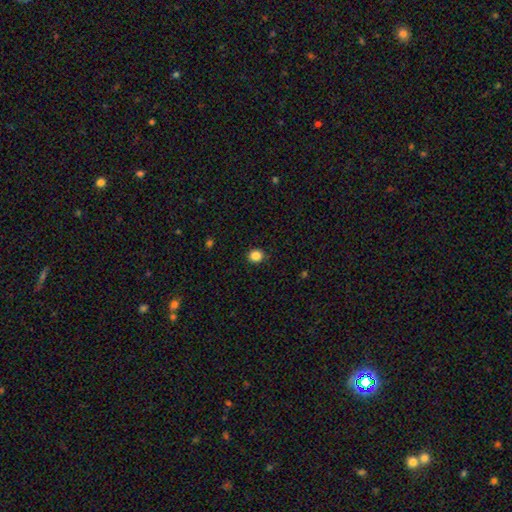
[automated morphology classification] This is clearly a smooth galaxy (85%). How rounded: clearly round (83%). Merging: clearly none (91%).